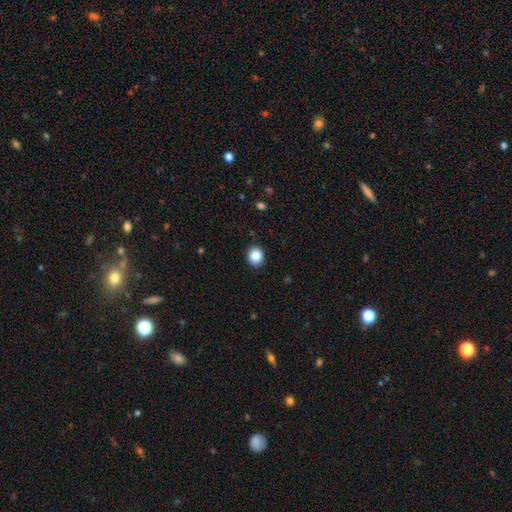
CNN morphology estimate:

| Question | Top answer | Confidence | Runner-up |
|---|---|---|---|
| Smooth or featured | smooth | 87% | star or artifact (9%) |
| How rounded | round | 74% | in between (25%) |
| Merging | none | 91% | minor disturbance (6%) |